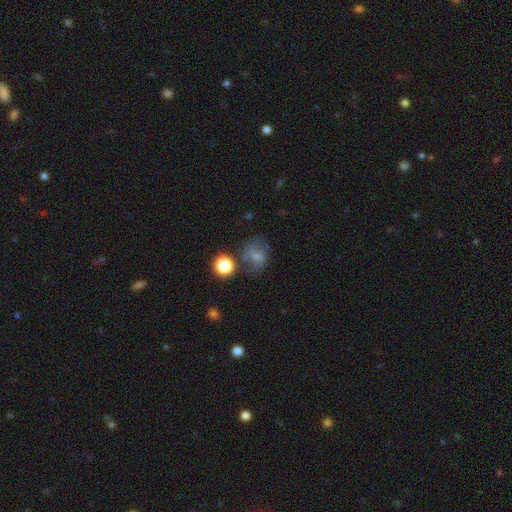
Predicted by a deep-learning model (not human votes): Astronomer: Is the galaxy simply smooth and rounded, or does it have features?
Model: smooth — 54% (runner-up: featured or disk, 29%).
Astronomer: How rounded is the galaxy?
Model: in between — 50% (runner-up: round, 49%).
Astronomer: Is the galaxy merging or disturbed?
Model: none — 51%.